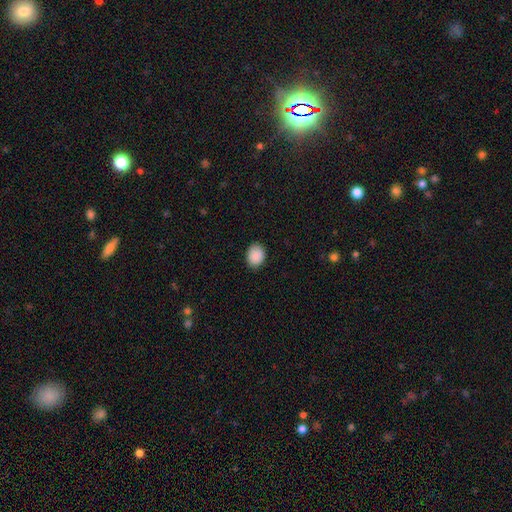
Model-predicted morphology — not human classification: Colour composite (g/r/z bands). It shows a smooth galaxy with no disk features (90%) that is in between round and cigar-shaped (59%). Merging: none (86%).